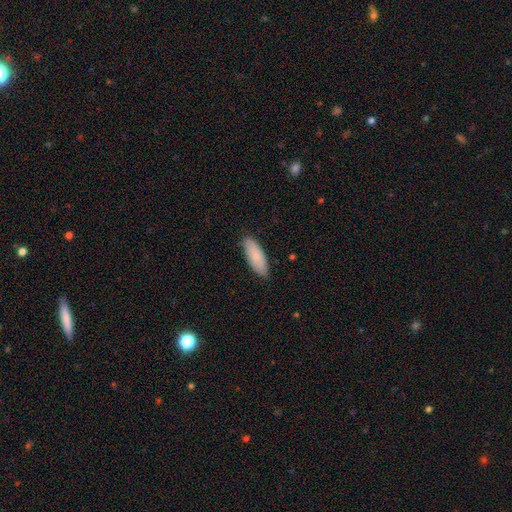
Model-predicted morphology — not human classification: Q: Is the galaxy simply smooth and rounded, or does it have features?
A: smooth — 87%.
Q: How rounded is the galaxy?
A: in between — 67%.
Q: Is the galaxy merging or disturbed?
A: none — 85%.